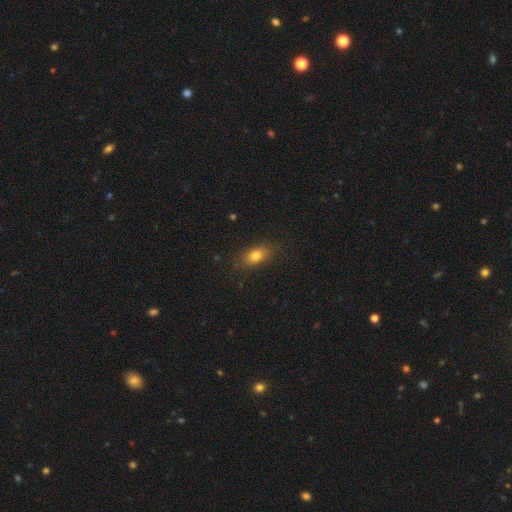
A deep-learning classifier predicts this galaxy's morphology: A smooth galaxy with no disk features (78%) that is in between round and cigar-shaped (78%).

Vote fractions:
- Smooth or featured? smooth: 78% / featured or disk: 12% / star or artifact: 10%
- How rounded? in between: 78% / round: 13% / cigar-shaped: 9%
- Merging? none: 82% / minor disturbance: 13% / major disturbance: 4% / merger: 1%